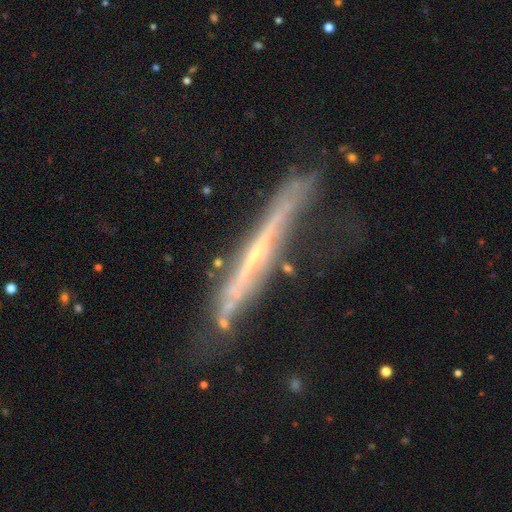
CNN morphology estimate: A featured or disk galaxy (77%) viewed edge-on (89%) with no central bulge (62%).

Vote fractions:
- Smooth or featured? featured or disk: 77% / smooth: 16% / star or artifact: 7%
- Edge-on disk? yes: 89% / no: 11%
- Edge-on bulge? none: 62% / rounded: 31% / boxy: 7%
- Merging? none: 54% / minor disturbance: 29% / major disturbance: 13% / merger: 4%